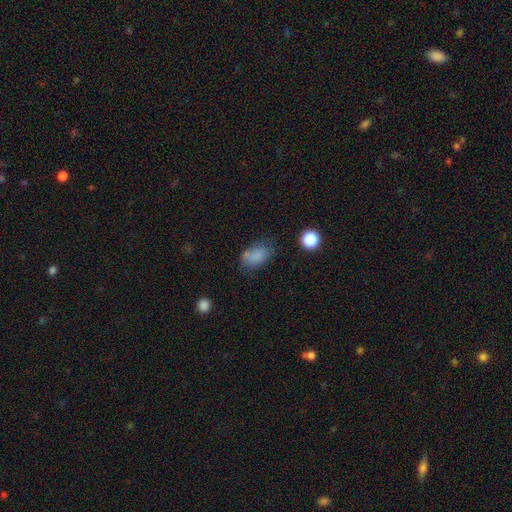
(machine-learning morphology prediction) Smooth or featured?
  - smooth: 80% *
  - star or artifact: 11%
  - featured or disk: 9%
How rounded?
  - in between: 86% *
  - round: 12%
  - cigar-shaped: 2%
Merging?
  - none: 57% *
  - minor disturbance: 26%
  - major disturbance: 10%
  - merger: 8%